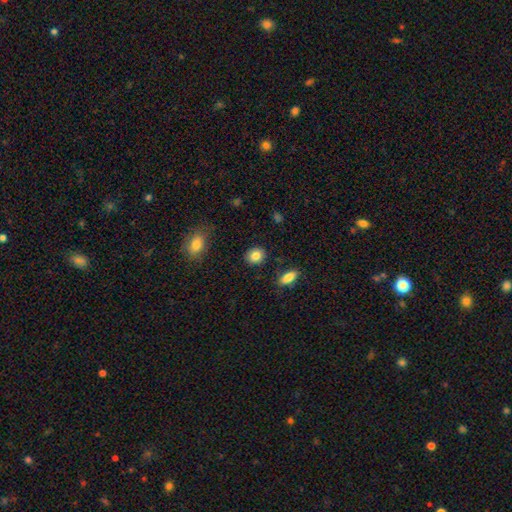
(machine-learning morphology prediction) This is clearly a smooth galaxy (85%). How rounded: likely round (70%). Merging: clearly none (88%).